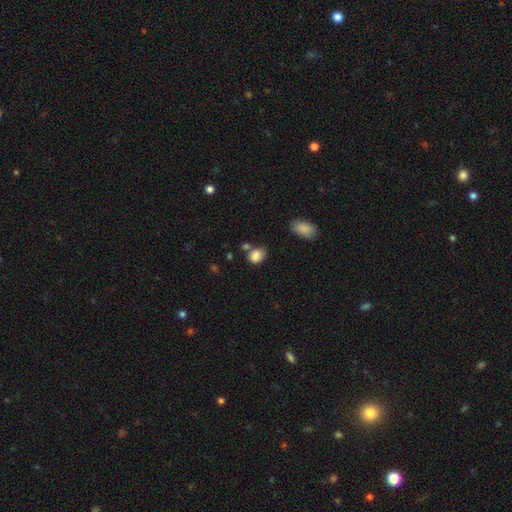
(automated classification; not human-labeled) Smooth or featured? Predicted: smooth (p=0.84). How rounded? Predicted: in between (p=0.54). Merging? Predicted: none (p=0.54).